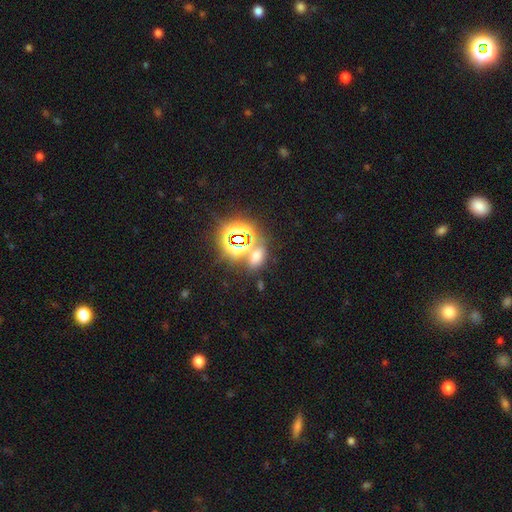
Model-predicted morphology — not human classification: smooth_or_featured: smooth (p=0.47) [alt: star or artifact p=0.45]
merging: none (p=0.60) [alt: merger p=0.23]